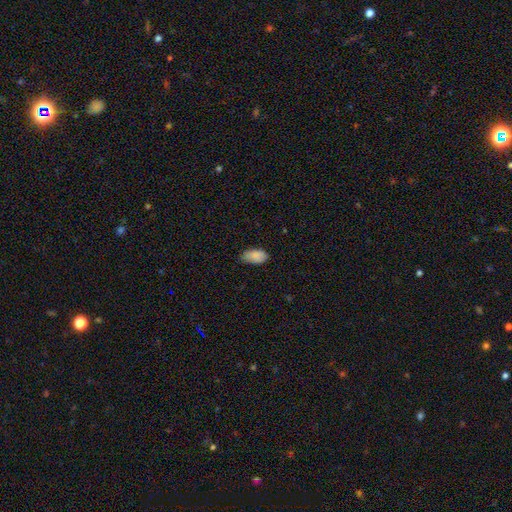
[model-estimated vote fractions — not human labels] smooth 87%, star or artifact 8%, featured or disk 5%. Down the decision tree: how rounded — in between (94%); merging — none (69%).